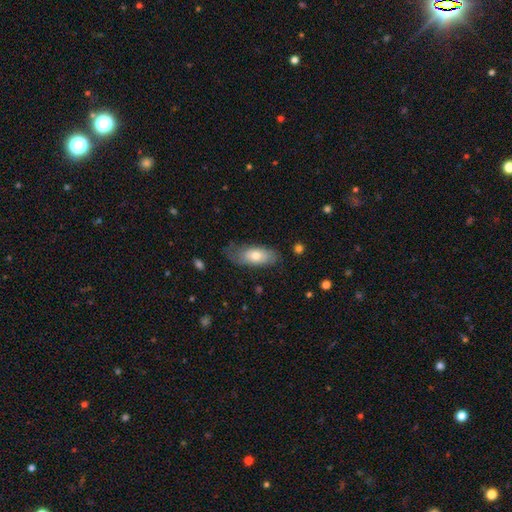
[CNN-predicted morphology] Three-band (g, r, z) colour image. It shows a smooth galaxy with no disk features (65%) that is in between round and cigar-shaped (86%). Merging: none (56%).